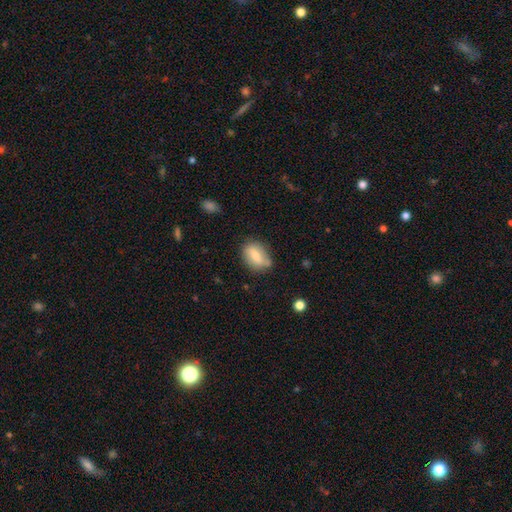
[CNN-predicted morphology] A smooth galaxy with no disk features (70%) that is in between round and cigar-shaped (81%).

Vote fractions:
- Smooth or featured? smooth: 70% / featured or disk: 23% / star or artifact: 8%
- How rounded? in between: 81% / round: 15% / cigar-shaped: 4%
- Merging? none: 66% / minor disturbance: 25% / major disturbance: 5% / merger: 4%